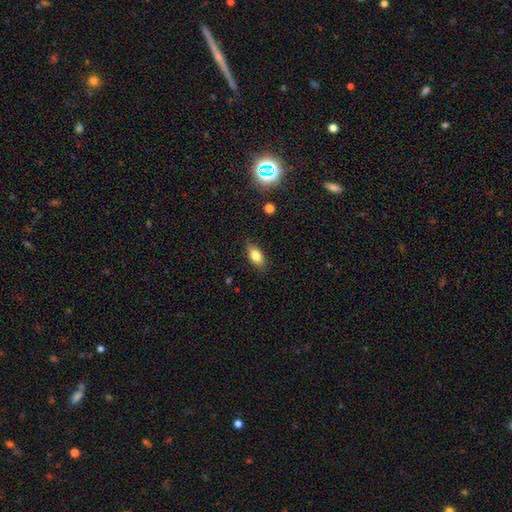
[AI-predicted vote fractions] Smooth or featured?
  - smooth: 79% *
  - featured or disk: 12%
  - star or artifact: 8%
How rounded?
  - in between: 86% *
  - cigar-shaped: 9%
  - round: 5%
Merging?
  - none: 83% *
  - minor disturbance: 13%
  - major disturbance: 3%
  - merger: 1%